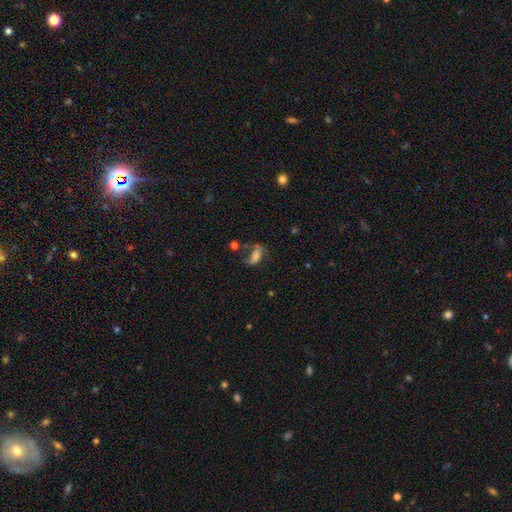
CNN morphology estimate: type=featured or disk (45%); merging=none (39%).